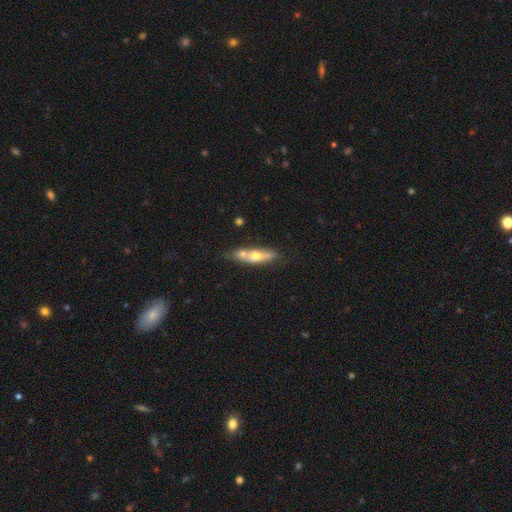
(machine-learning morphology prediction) Smooth or featured? featured or disk (47%)
Merging? none (56%)